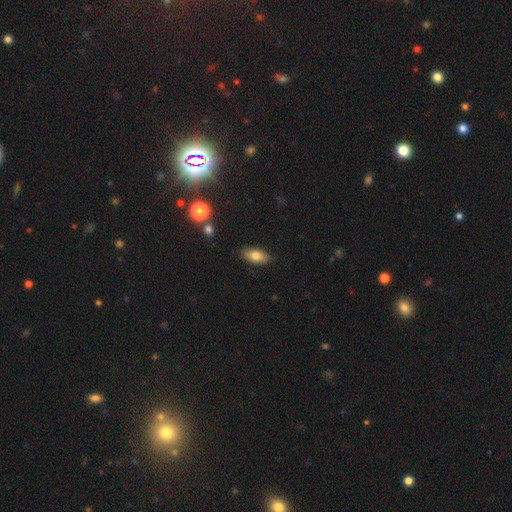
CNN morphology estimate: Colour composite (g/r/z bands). It shows a smooth galaxy with no disk features (77%) that is in between round and cigar-shaped (85%). Merging: none (86%).